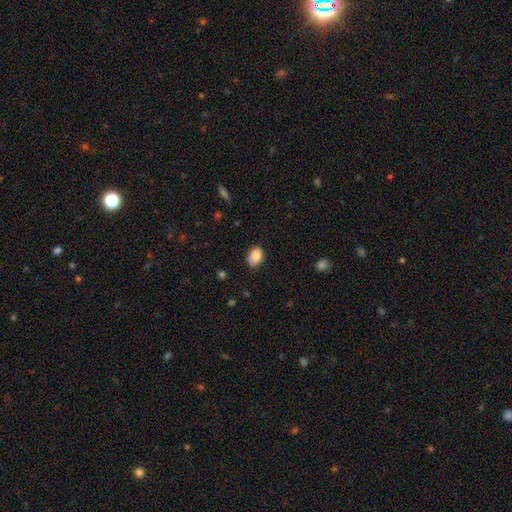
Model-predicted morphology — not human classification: A smooth galaxy with no disk features (84%) that is in between round and cigar-shaped (76%). Merging: none (81%).